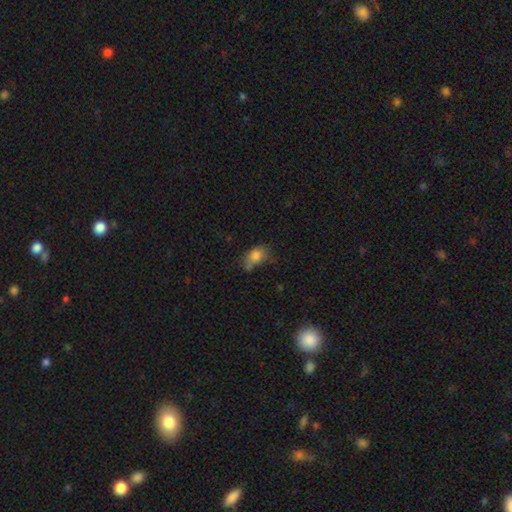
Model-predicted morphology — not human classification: This is likely a smooth galaxy (77%). How rounded: likely in between (76%). Merging: marginally none (43%).